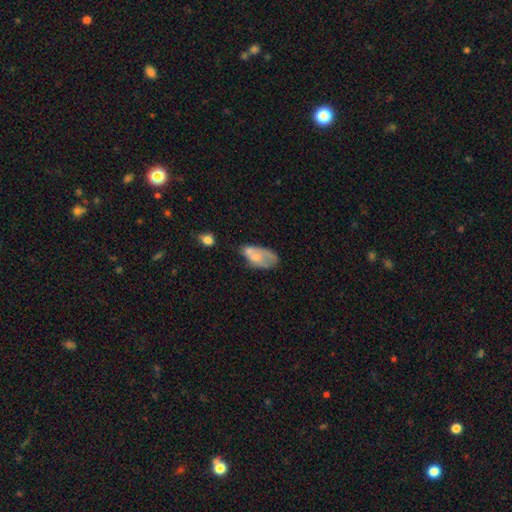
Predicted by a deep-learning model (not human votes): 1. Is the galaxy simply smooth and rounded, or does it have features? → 56% smooth, 36% featured or disk, 8% star or artifact.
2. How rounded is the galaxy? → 91% in between, 5% round, 4% cigar-shaped.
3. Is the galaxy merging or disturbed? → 32% none, 29% minor disturbance, 20% major disturbance, 19% merger.